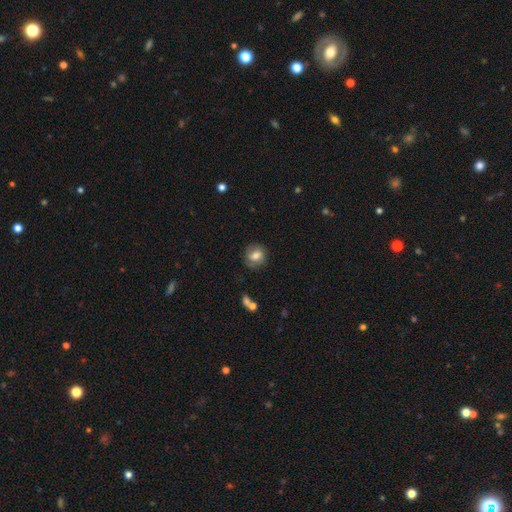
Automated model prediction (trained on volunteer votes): Overall: smooth (69%). How rounded: round (79%). Merging: none (81%).